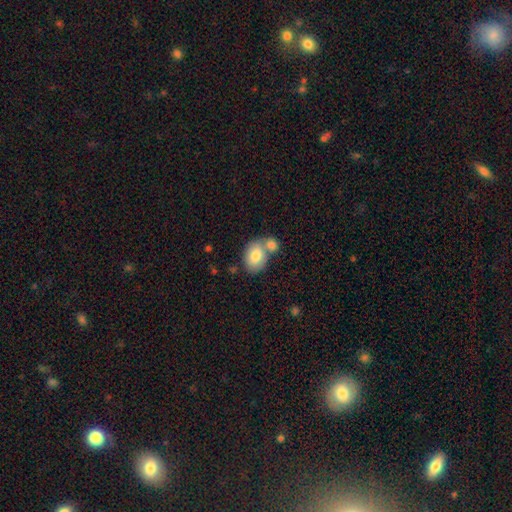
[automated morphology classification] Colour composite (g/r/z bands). It shows a smooth galaxy with no disk features (79%) that is in between round and cigar-shaped (69%). Merging: merger (44%).